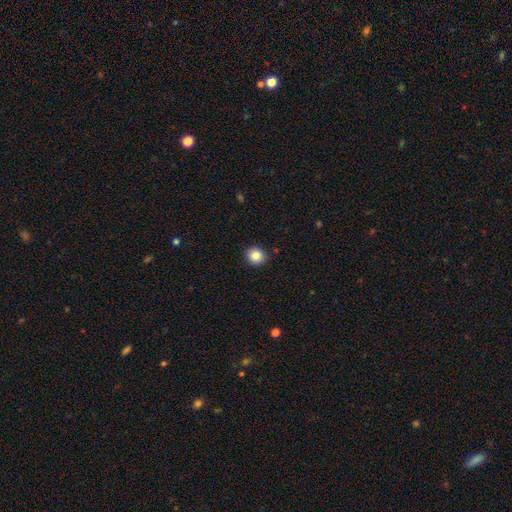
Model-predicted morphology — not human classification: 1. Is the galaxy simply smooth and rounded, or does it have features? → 86% smooth, 9% star or artifact, 5% featured or disk.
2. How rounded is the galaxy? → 83% round, 16% in between, 1% cigar-shaped.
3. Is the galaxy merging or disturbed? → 92% none, 6% minor disturbance, 2% major disturbance, 1% merger.